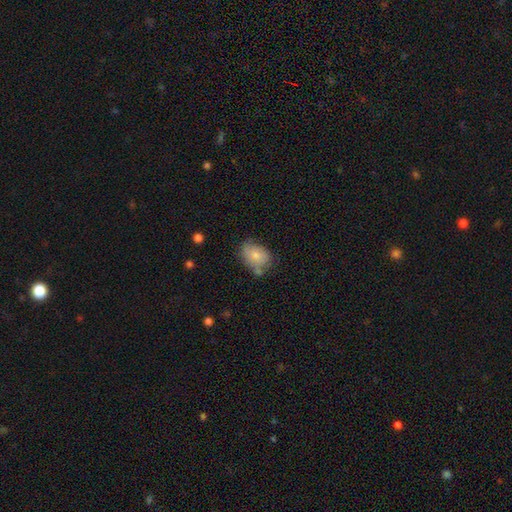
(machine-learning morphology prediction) Smooth or featured: smooth — 75% (featured or disk — 18%)
How rounded: in between — 79% (round — 20%)
Merging: none — 53% (minor disturbance — 30%)